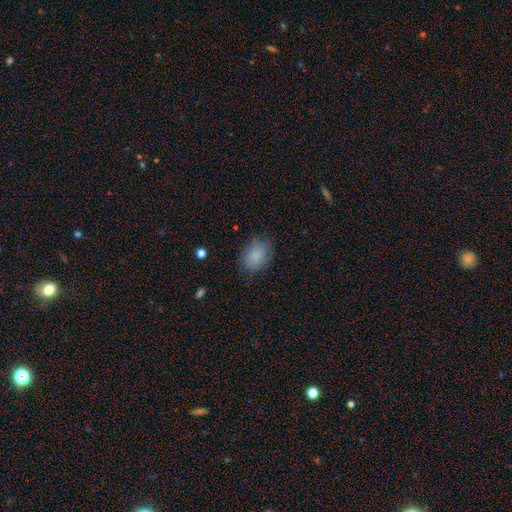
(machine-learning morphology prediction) Smooth or featured?
  - smooth: 84% *
  - featured or disk: 9%
  - star or artifact: 7%
How rounded?
  - in between: 77% *
  - round: 22%
  - cigar-shaped: 1%
Merging?
  - none: 77% *
  - minor disturbance: 17%
  - major disturbance: 5%
  - merger: 1%